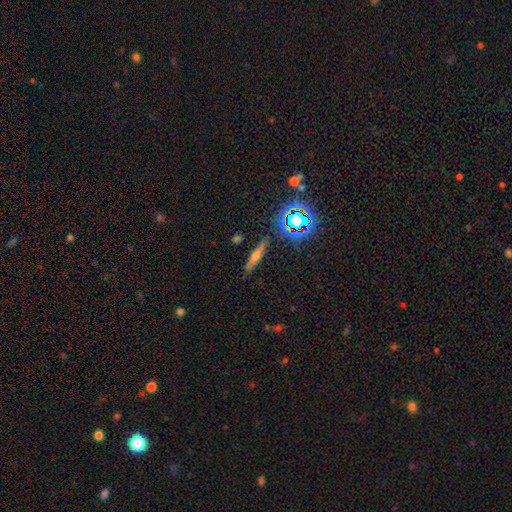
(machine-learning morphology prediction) smooth_or_featured: smooth (p=0.40) [tied with: featured or disk p=0.40]
merging: none (p=0.87) [alt: minor disturbance p=0.09]